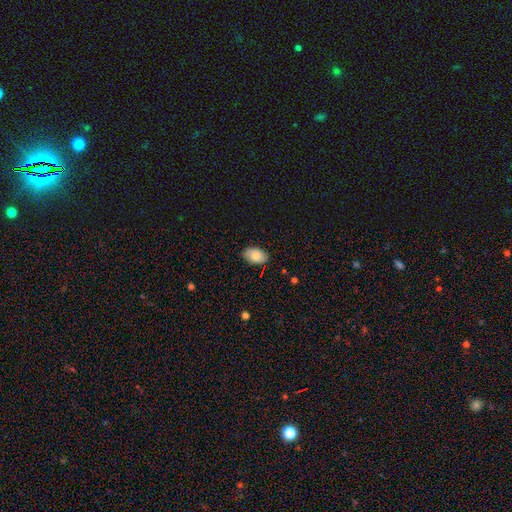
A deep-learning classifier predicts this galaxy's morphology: Smooth or featured?
  - smooth: 84% *
  - featured or disk: 9%
  - star or artifact: 7%
How rounded?
  - in between: 92% *
  - round: 7%
  - cigar-shaped: 1%
Merging?
  - none: 84% *
  - minor disturbance: 13%
  - major disturbance: 2%
  - merger: 1%